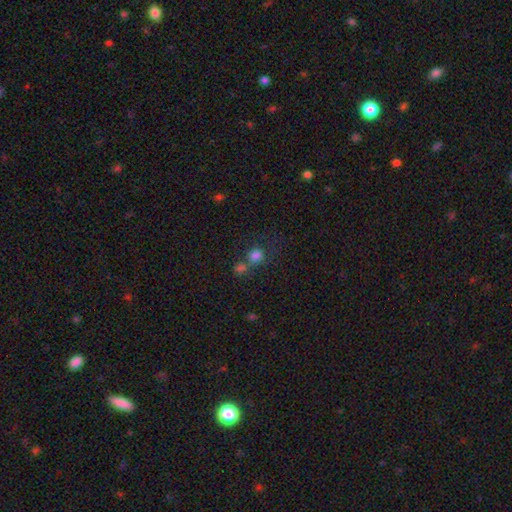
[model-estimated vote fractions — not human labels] Smooth or featured?
  - smooth: 75% *
  - star or artifact: 16%
  - featured or disk: 9%
How rounded?
  - round: 75% *
  - in between: 24%
  - cigar-shaped: 1%
Merging?
  - none: 42% *
  - merger: 40%
  - minor disturbance: 11%
  - major disturbance: 8%